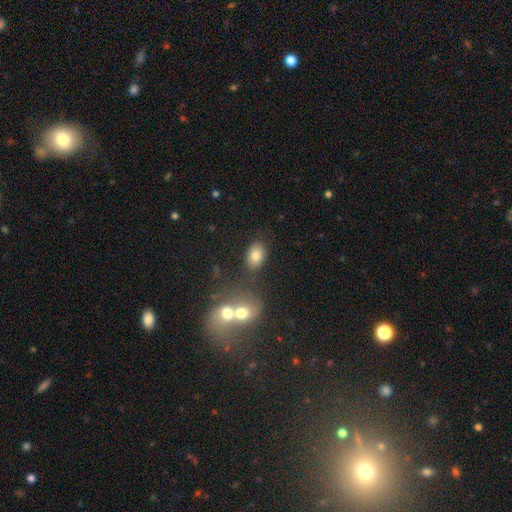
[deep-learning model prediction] smooth 79%, featured or disk 11%, star or artifact 10%. Down the decision tree: how rounded — in between (79%); merging — none (75%).